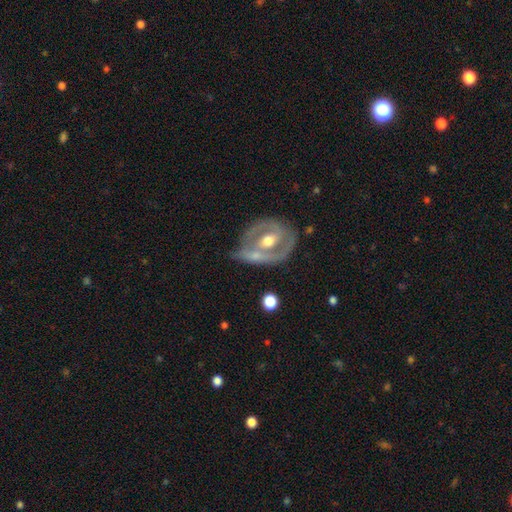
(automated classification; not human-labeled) Morphology: type=featured or disk (76%); edge-on=no (94%); bar=no (43%); spiral arms=yes (57%); bulge=moderate (76%); merging=none (51%).